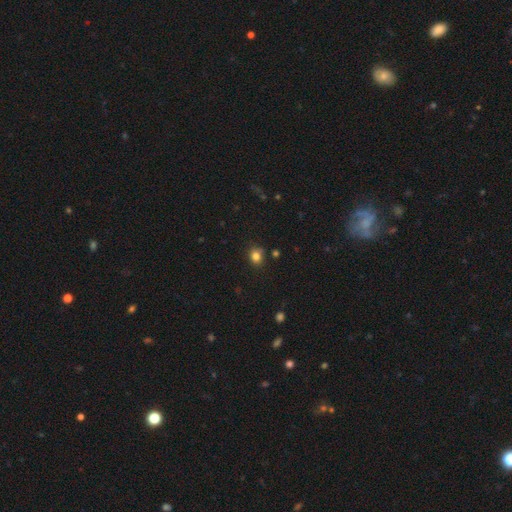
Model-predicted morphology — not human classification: Smooth or featured?
  - smooth: 82% *
  - star or artifact: 13%
  - featured or disk: 5%
How rounded?
  - round: 73% *
  - in between: 26%
  - cigar-shaped: 1%
Merging?
  - none: 79% *
  - minor disturbance: 14%
  - merger: 3%
  - major disturbance: 3%